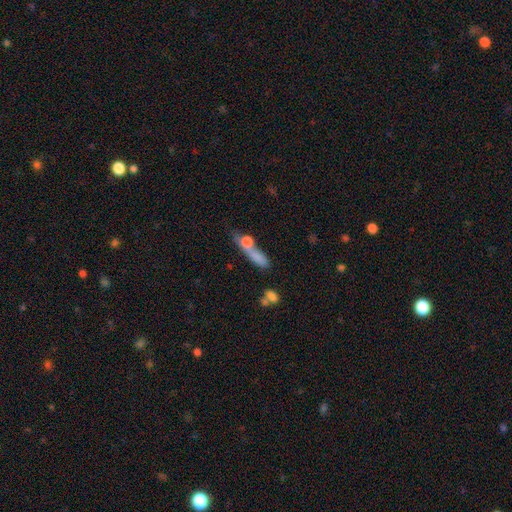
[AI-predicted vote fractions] Smooth or featured? Predicted: smooth (p=0.66). How rounded? Predicted: cigar-shaped (p=0.51). Merging? Predicted: merger (p=0.44).